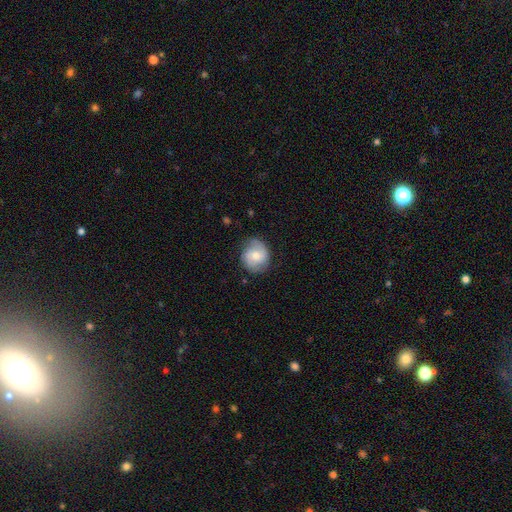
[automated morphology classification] Smooth or featured: smooth — 47% (featured or disk — 46%)
Merging: none — 73% (minor disturbance — 20%)